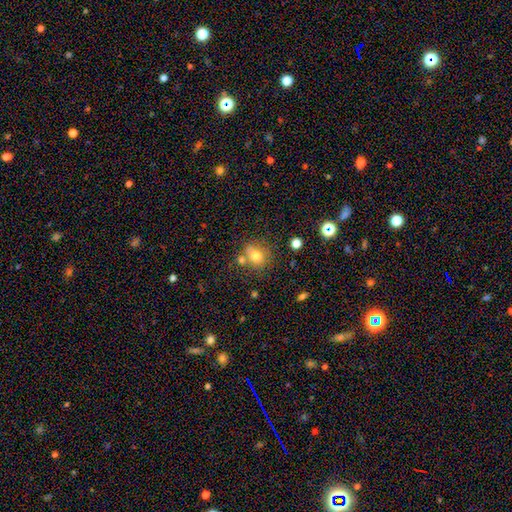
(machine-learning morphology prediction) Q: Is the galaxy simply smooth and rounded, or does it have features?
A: smooth — 73%.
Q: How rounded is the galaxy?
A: round — 73%.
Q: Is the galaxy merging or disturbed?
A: none — 57%.